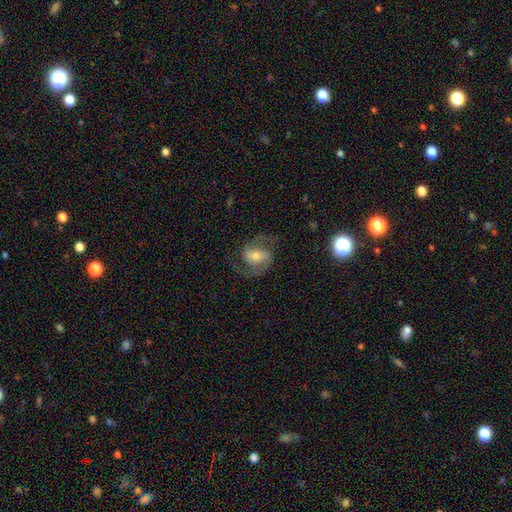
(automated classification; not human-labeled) Q: Smooth or featured?
A: featured or disk (83%); runner-up: smooth (10%)
Q: Edge-on disk?
A: no (98%); runner-up: yes (2%)
Q: Bar?
A: weak (45%); runner-up: no (28%)
Q: Spiral arms?
A: yes (97%); runner-up: no (3%)
Q: Spiral winding?
A: medium (59%); runner-up: loose (22%)
Q: Spiral arm count?
A: 2 (92%); runner-up: can't tell (3%)
Q: Bulge size?
A: moderate (50%); runner-up: small (37%)
Q: Merging?
A: none (76%); runner-up: minor disturbance (13%)